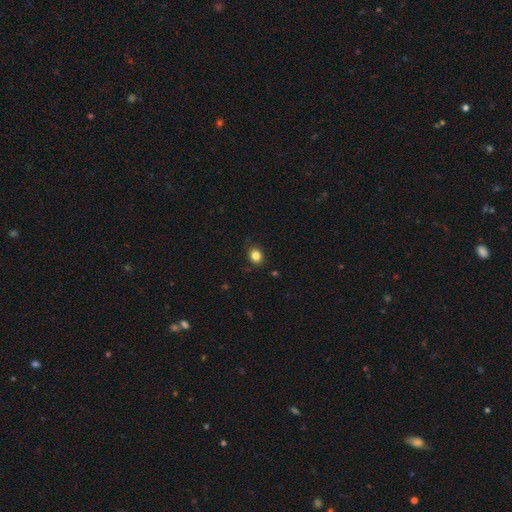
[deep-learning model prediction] A smooth galaxy with no disk features (83%) that is round (62%).

Vote fractions:
- Smooth or featured? smooth: 83% / star or artifact: 11% / featured or disk: 5%
- How rounded? round: 62% / in between: 38% / cigar-shaped: 1%
- Merging? none: 85% / minor disturbance: 11% / major disturbance: 2% / merger: 1%